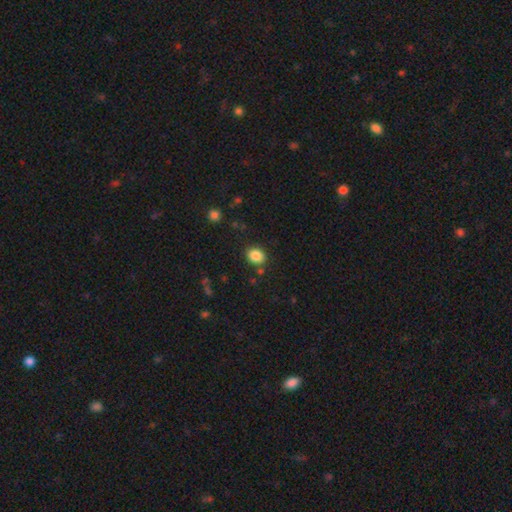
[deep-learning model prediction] Q: Smooth or featured?
A: smooth (86%); runner-up: star or artifact (10%)
Q: How rounded?
A: round (56%); runner-up: in between (43%)
Q: Merging?
A: none (83%); runner-up: minor disturbance (10%)